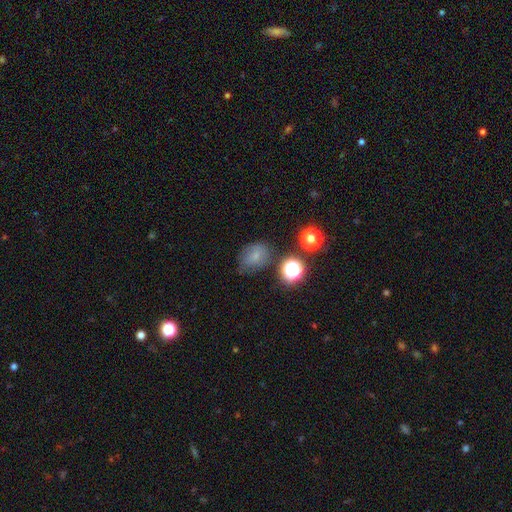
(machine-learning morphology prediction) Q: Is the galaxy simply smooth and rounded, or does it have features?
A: smooth — 63%.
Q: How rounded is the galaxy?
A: in between — 53%.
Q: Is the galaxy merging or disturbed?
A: none — 57%.